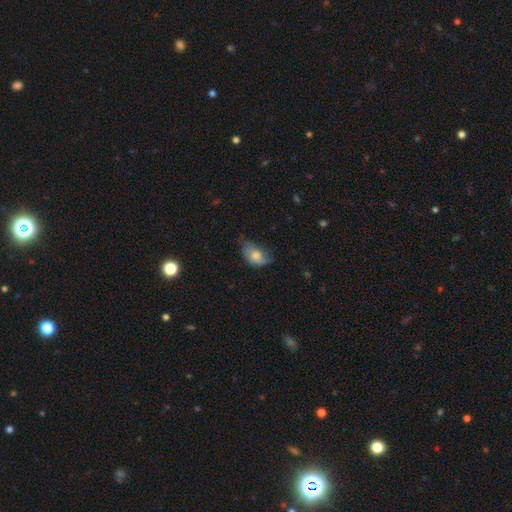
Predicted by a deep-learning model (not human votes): smooth 63%, featured or disk 29%, star or artifact 8%. Down the decision tree: how rounded — in between (85%); merging — minor disturbance (41%).